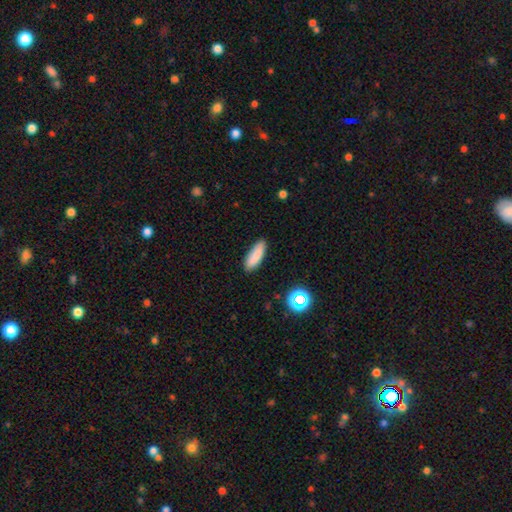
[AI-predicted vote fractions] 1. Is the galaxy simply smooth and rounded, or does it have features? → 85% smooth, 8% star or artifact, 7% featured or disk.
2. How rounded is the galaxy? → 56% in between, 42% cigar-shaped, 2% round.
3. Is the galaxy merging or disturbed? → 86% none, 11% minor disturbance, 2% major disturbance, 1% merger.